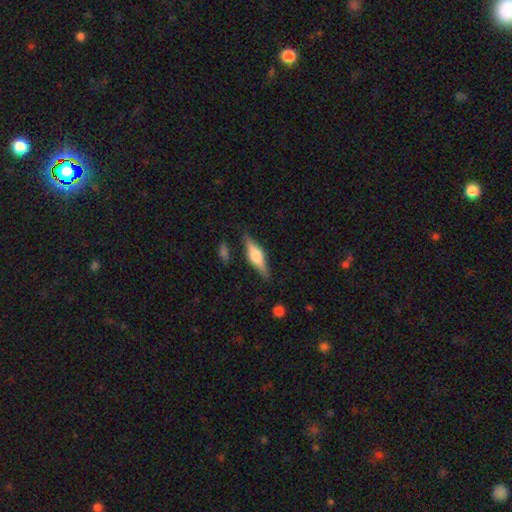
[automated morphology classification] The model was most divided on "smooth or featured": featured or disk: 57%, smooth: 37%, star or artifact: 6%. More confident: edge-on disk — yes (95%); edge-on bulge — rounded (87%); merging — none (84%).